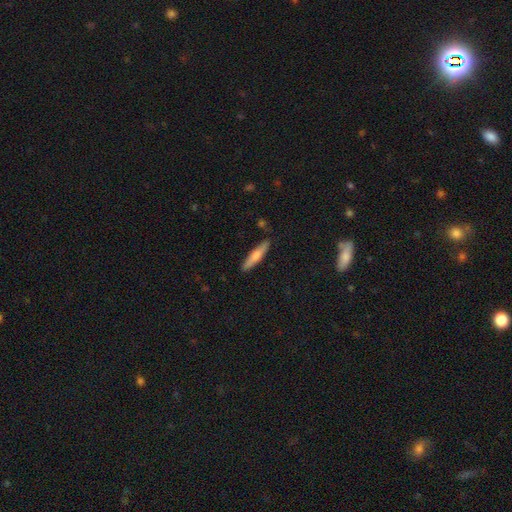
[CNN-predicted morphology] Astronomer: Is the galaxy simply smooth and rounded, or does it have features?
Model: smooth — 65%.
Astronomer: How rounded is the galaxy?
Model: cigar-shaped — 84%.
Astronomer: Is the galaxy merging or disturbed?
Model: none — 87%.